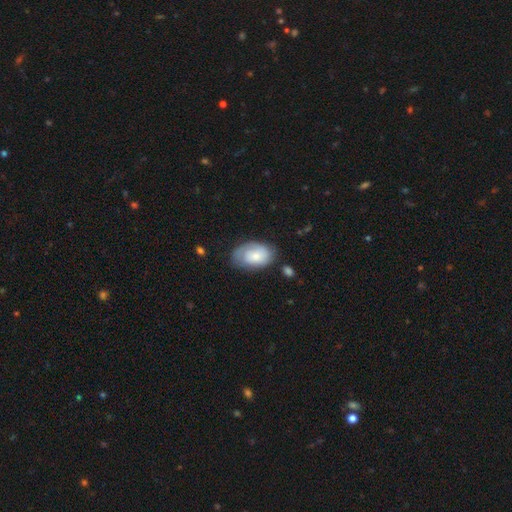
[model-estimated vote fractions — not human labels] Q: Smooth or featured?
A: smooth (56%); runner-up: featured or disk (37%)
Q: How rounded?
A: in between (90%); runner-up: round (9%)
Q: Merging?
A: none (62%); runner-up: minor disturbance (26%)